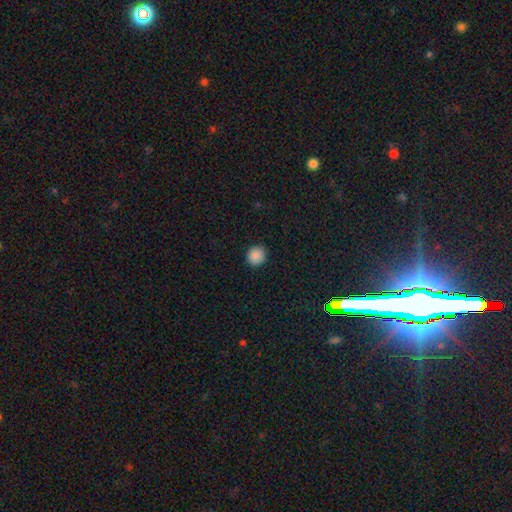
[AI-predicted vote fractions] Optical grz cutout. It shows a smooth galaxy with no disk features (88%) that is round (90%). Merging: none (91%).